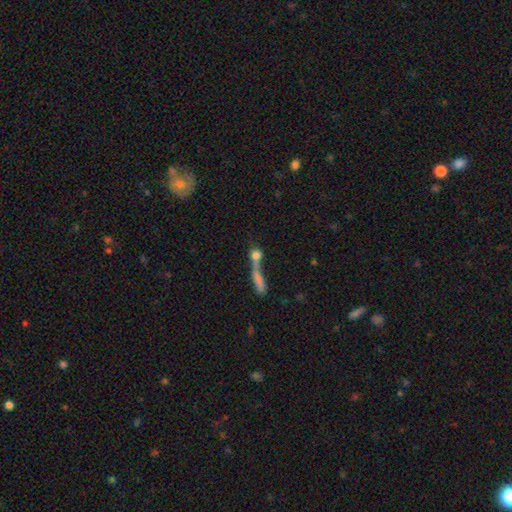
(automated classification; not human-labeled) Overall: smooth (67%). How rounded: round (46%; cigar-shaped 28%). Merging: merger (53%; none 28%).